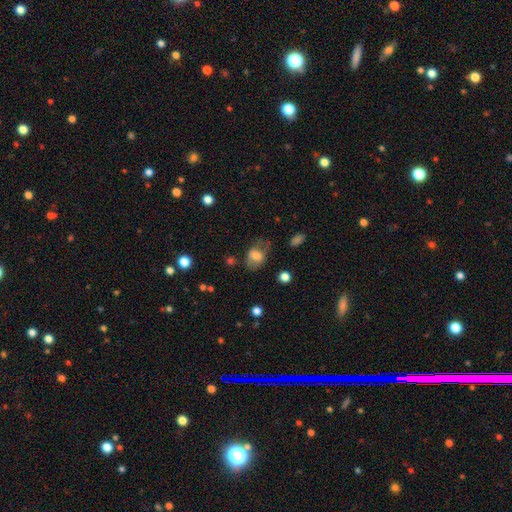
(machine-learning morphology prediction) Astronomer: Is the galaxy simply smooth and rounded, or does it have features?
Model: smooth — 65%.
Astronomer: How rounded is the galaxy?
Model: in between — 70%.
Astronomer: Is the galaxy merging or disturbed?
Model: none — 51%.